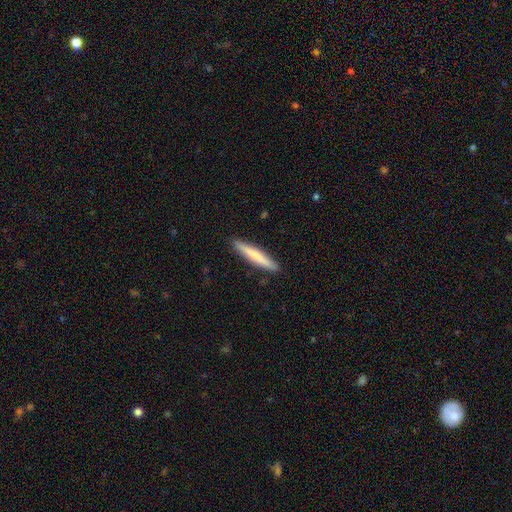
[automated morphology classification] Smooth or featured? smooth (67%)
How rounded? cigar-shaped (95%)
Merging? none (91%)